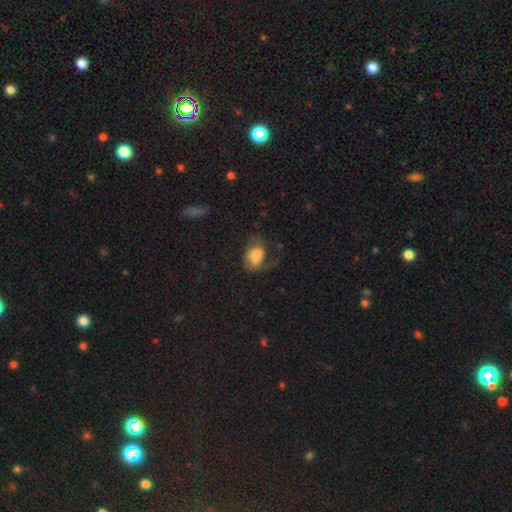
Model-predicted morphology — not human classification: The model was most divided on "merging": major disturbance: 41%, none: 31%, minor disturbance: 25%, merger: 3%. More confident: how rounded — in between (77%); smooth or featured — smooth (68%).